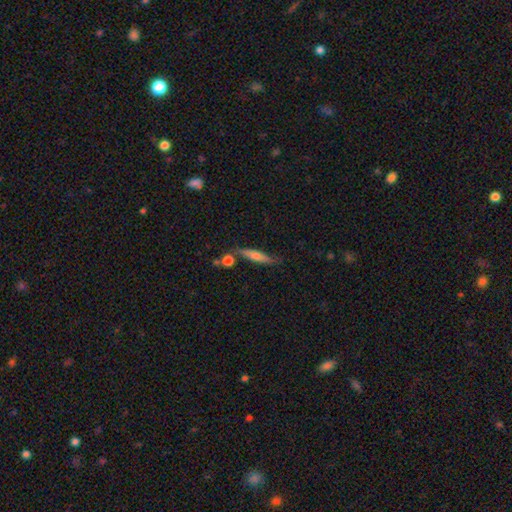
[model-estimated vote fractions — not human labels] smooth_or_featured: featured or disk (p=0.52) [alt: smooth p=0.40]
disk_edge_on: yes (p=0.91) [alt: no p=0.09]
merging: none (p=0.75) [alt: minor disturbance p=0.14]